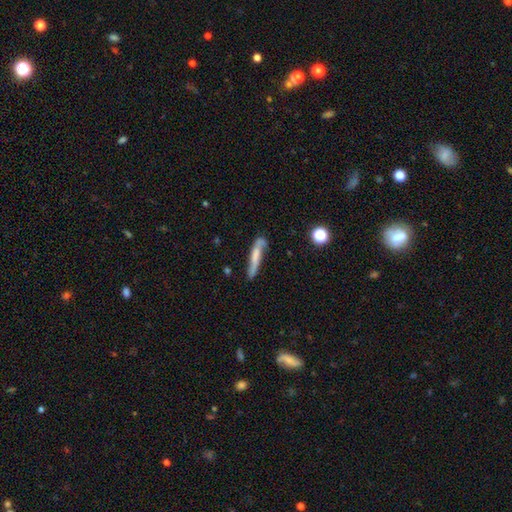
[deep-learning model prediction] The model was most divided on "smooth or featured": smooth: 47%, featured or disk: 45%, star or artifact: 8%. More confident: merging — none (53%).